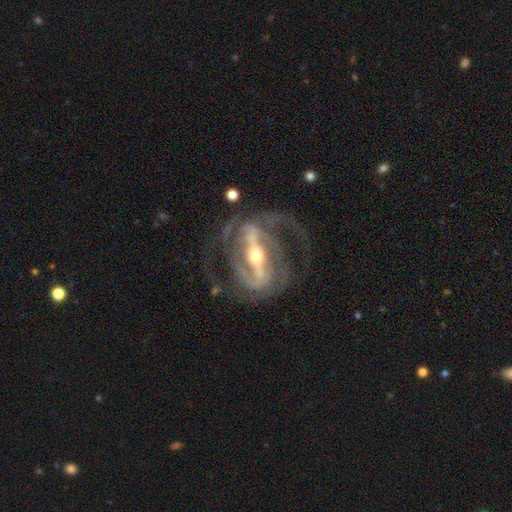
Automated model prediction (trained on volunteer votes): Overall: featured or disk (92%). Edge-on disk: no (92%). Bar: strong (82%). Spiral arms: yes (95%). Spiral arm count: 2 (78%). Spiral winding: medium (50%; tight 35%). Bulge size: moderate (50%; small 44%). Merging: none (65%).